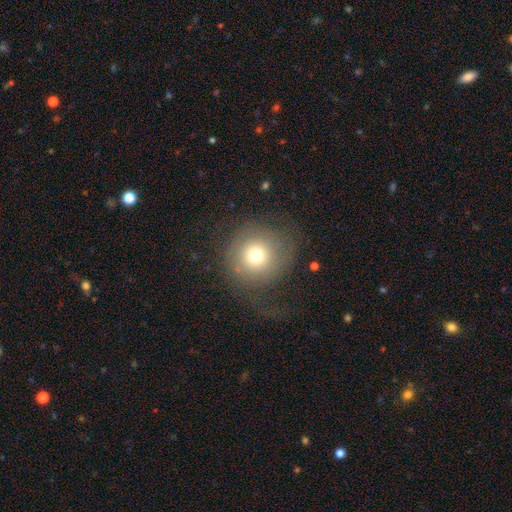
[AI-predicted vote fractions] Q: Smooth or featured?
A: smooth (68%); runner-up: featured or disk (20%)
Q: How rounded?
A: round (92%); runner-up: in between (7%)
Q: Merging?
A: none (62%); runner-up: major disturbance (19%)